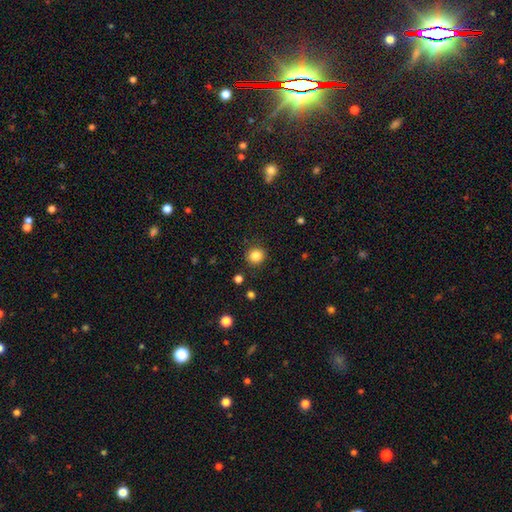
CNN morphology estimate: Smooth or featured? Predicted: smooth (p=0.84). How rounded? Predicted: round (p=0.89). Merging? Predicted: none (p=0.89).